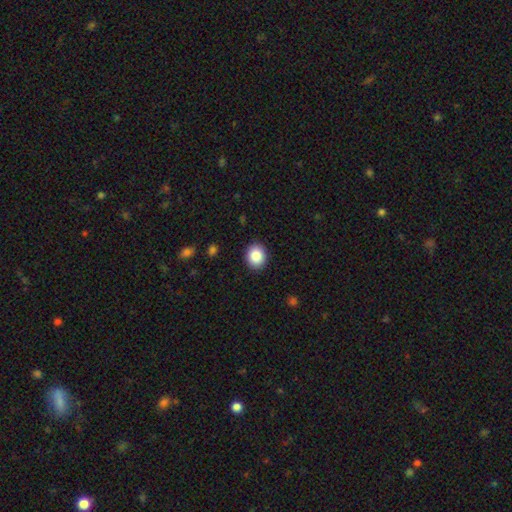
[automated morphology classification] Q: Smooth or featured?
A: smooth (86%); runner-up: star or artifact (9%)
Q: How rounded?
A: round (68%); runner-up: in between (31%)
Q: Merging?
A: none (91%); runner-up: minor disturbance (6%)